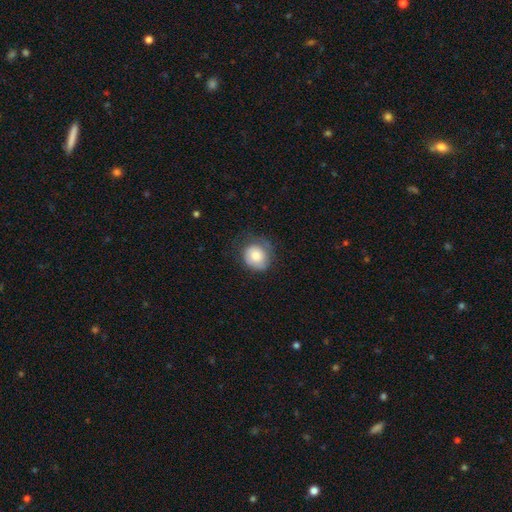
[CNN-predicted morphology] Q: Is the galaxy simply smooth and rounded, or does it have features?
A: smooth — 75%.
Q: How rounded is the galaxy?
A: round — 81%.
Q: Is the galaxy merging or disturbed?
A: none — 57%.